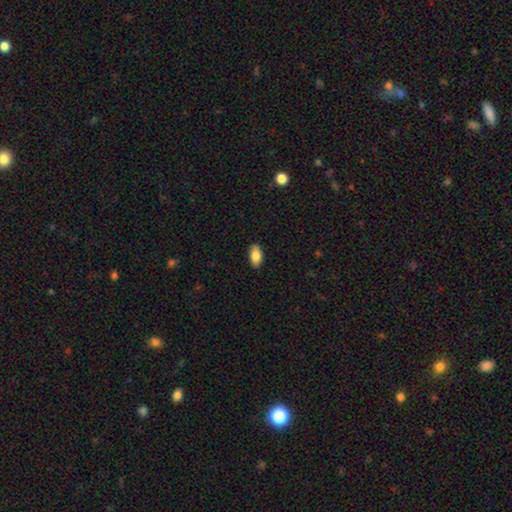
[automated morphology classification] smooth_or_featured: smooth (p=0.82) [alt: featured or disk p=0.11]
how_rounded: in between (p=0.92) [alt: cigar-shaped p=0.04]
merging: none (p=0.89) [alt: minor disturbance p=0.09]